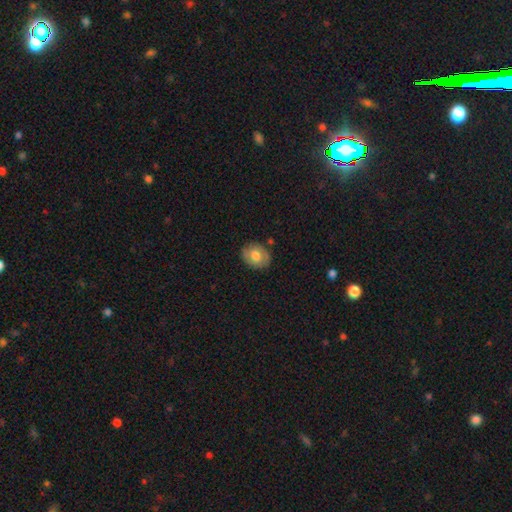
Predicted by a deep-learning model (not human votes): smooth_or_featured: smooth (p=0.71) [alt: featured or disk p=0.22]
how_rounded: in between (p=0.51) [alt: round p=0.48]
merging: none (p=0.82) [alt: minor disturbance p=0.13]